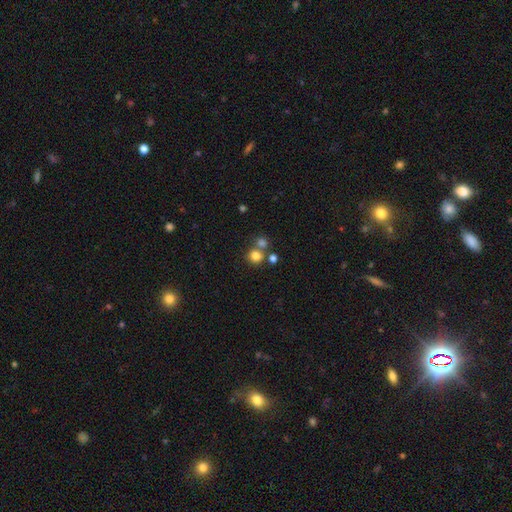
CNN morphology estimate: type=smooth (78%); roundness=round (89%); merging=none (60%).